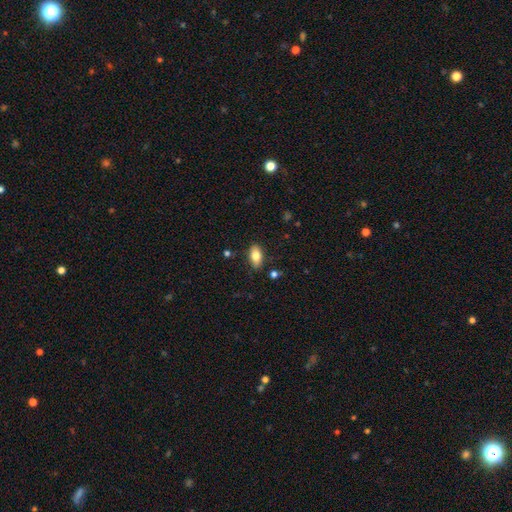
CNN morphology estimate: Smooth or featured?
  - smooth: 79% *
  - featured or disk: 14%
  - star or artifact: 7%
How rounded?
  - in between: 91% *
  - cigar-shaped: 4%
  - round: 4%
Merging?
  - none: 83% *
  - minor disturbance: 12%
  - major disturbance: 2%
  - merger: 2%